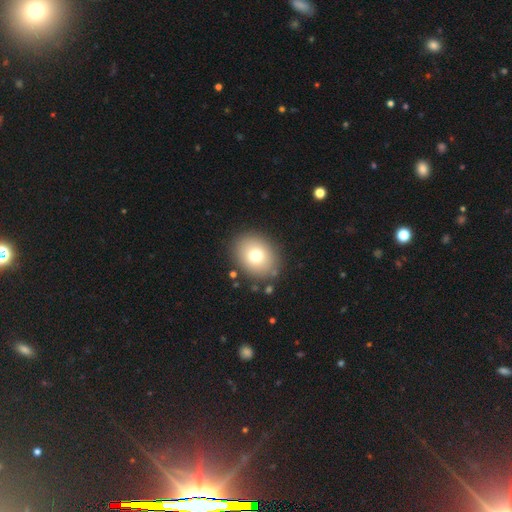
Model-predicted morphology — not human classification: Smooth or featured? Predicted: smooth (p=0.75). How rounded? Predicted: in between (p=0.51). Merging? Predicted: none (p=0.87).